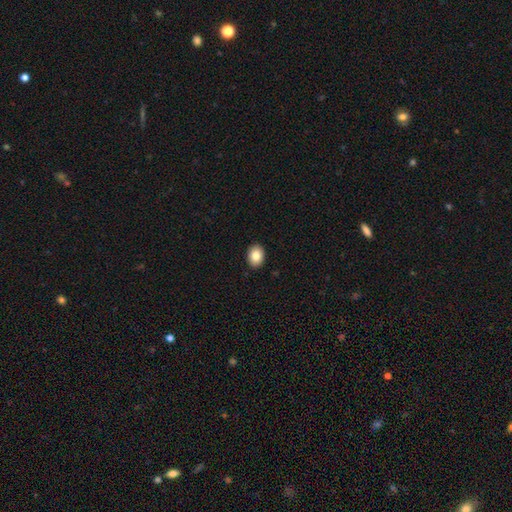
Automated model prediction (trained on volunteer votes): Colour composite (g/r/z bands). It shows a smooth galaxy with no disk features (84%) that is in between round and cigar-shaped (69%). Merging: none (91%).